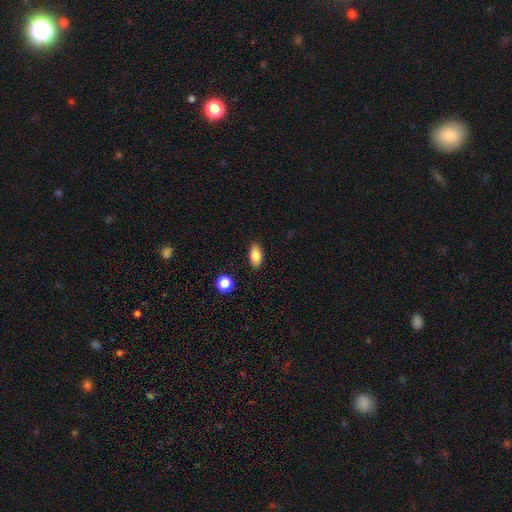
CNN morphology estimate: Smooth or featured?
  - smooth: 83% *
  - featured or disk: 9%
  - star or artifact: 8%
How rounded?
  - in between: 88% *
  - cigar-shaped: 7%
  - round: 5%
Merging?
  - none: 88% *
  - minor disturbance: 8%
  - major disturbance: 2%
  - merger: 2%